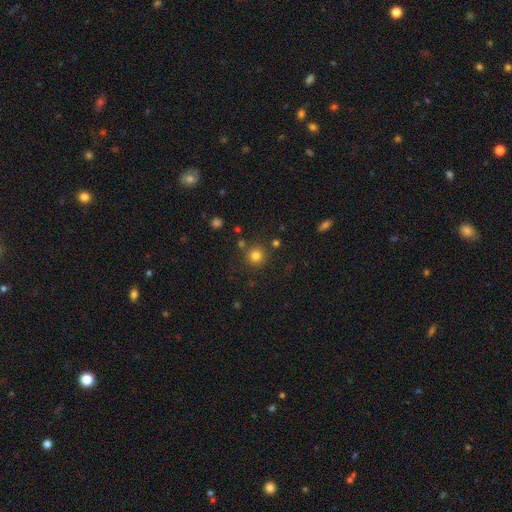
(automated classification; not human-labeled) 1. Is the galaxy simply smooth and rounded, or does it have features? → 80% smooth, 14% star or artifact, 6% featured or disk.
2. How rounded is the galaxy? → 94% round, 5% in between, 1% cigar-shaped.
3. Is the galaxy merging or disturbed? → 84% none, 7% minor disturbance, 6% merger, 3% major disturbance.